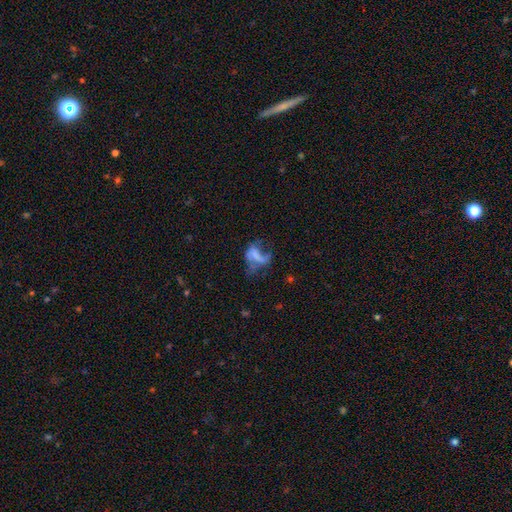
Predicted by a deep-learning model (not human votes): The model was most divided on "smooth or featured": featured or disk: 51%, smooth: 35%, star or artifact: 14%. Remaining: edge-on disk — no (96%); merging — major disturbance (50%).